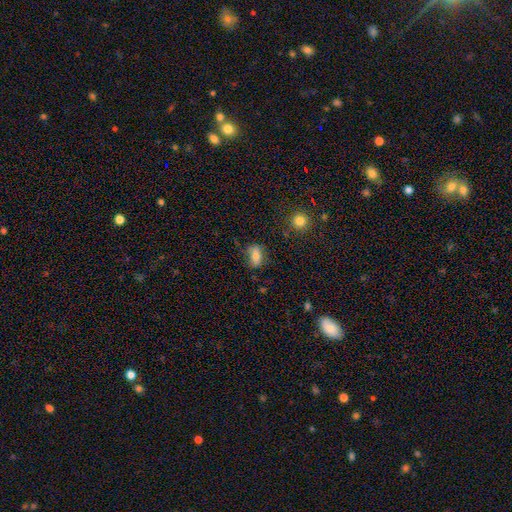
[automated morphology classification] The model was most divided on "merging": none: 67%, minor disturbance: 22%, major disturbance: 8%, merger: 3%. More confident: how rounded — in between (82%); smooth or featured — smooth (77%).